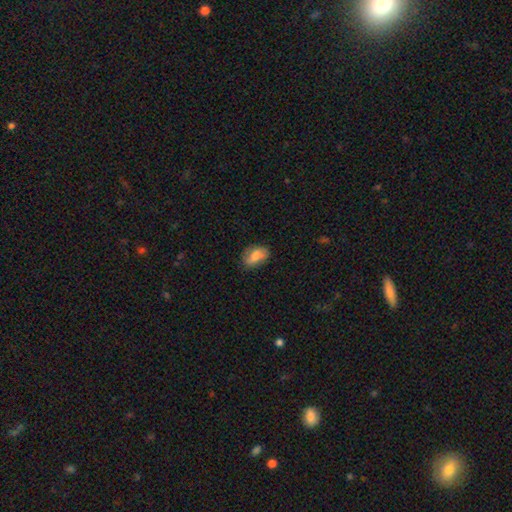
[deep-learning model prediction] smooth_or_featured: smooth (p=0.73) [alt: featured or disk p=0.20]
how_rounded: in between (p=0.87) [alt: round p=0.11]
merging: none (p=0.73) [alt: minor disturbance p=0.21]